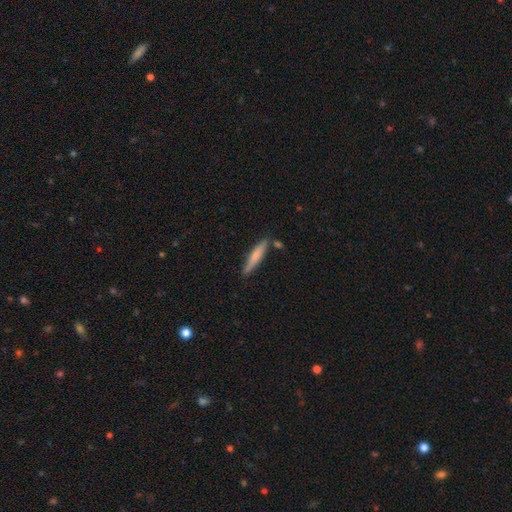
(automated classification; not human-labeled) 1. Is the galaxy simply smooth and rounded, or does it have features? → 68% smooth, 26% featured or disk, 6% star or artifact.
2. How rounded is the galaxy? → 89% cigar-shaped, 10% in between, 1% round.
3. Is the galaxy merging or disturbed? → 78% none, 14% minor disturbance, 6% merger, 2% major disturbance.